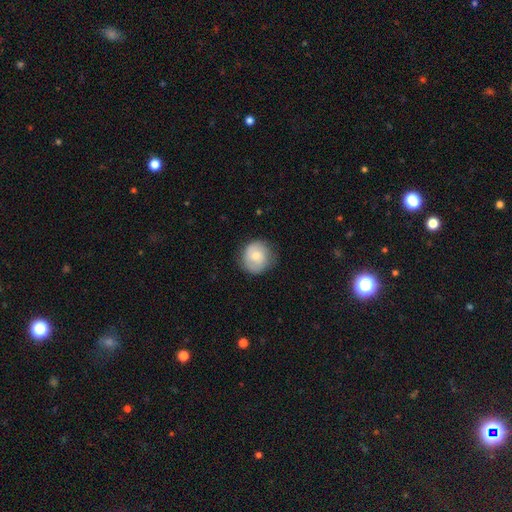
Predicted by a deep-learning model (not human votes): Smooth or featured? Predicted: smooth (p=0.64). How rounded? Predicted: round (p=0.90). Merging? Predicted: none (p=0.77).